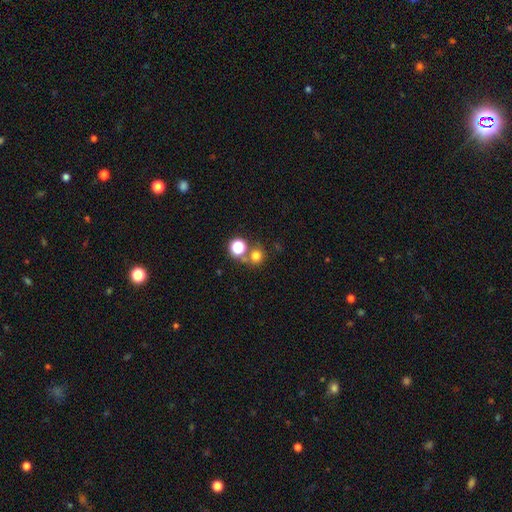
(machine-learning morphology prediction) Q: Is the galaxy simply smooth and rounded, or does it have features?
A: smooth — 71%.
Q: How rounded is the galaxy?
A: round — 88%.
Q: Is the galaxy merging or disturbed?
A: none — 60%.